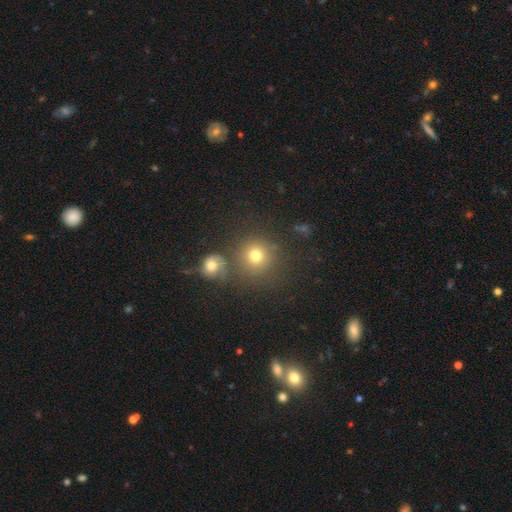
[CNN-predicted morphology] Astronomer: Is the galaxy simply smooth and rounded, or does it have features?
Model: smooth — 75%.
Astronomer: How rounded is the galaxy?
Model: round — 91%.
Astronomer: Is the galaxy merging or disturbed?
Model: none — 71%.